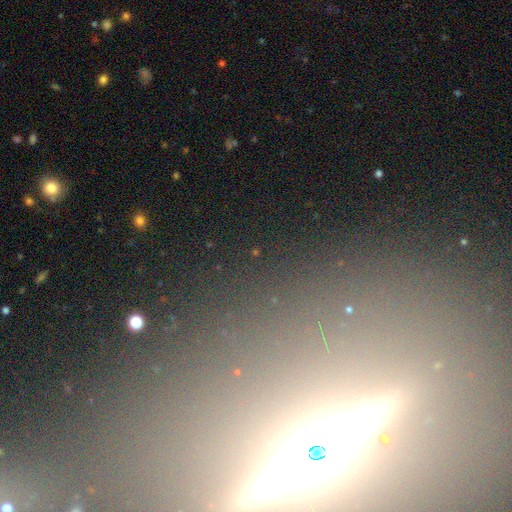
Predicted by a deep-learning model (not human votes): Q: Smooth or featured?
A: featured or disk (53%); runner-up: star or artifact (32%)
Q: Edge-on disk?
A: yes (77%); runner-up: no (23%)
Q: Merging?
A: none (83%); runner-up: minor disturbance (9%)